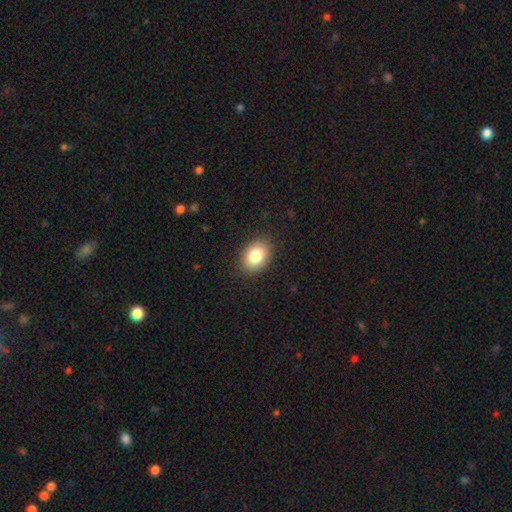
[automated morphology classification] Smooth or featured? smooth (83%)
How rounded? in between (75%)
Merging? none (88%)